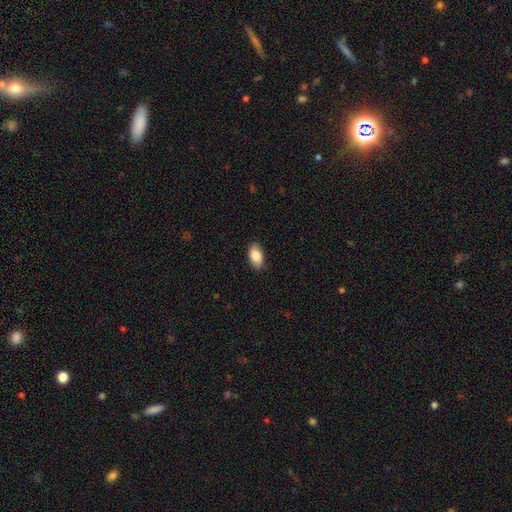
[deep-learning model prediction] Overall: smooth (87%). How rounded: in between (93%). Merging: none (84%).